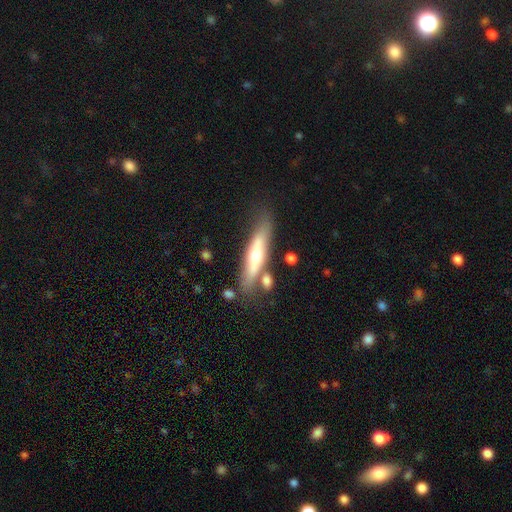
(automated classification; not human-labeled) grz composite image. It shows a featured or disk galaxy (53%) viewed edge-on (82%). Merging: none (68%).